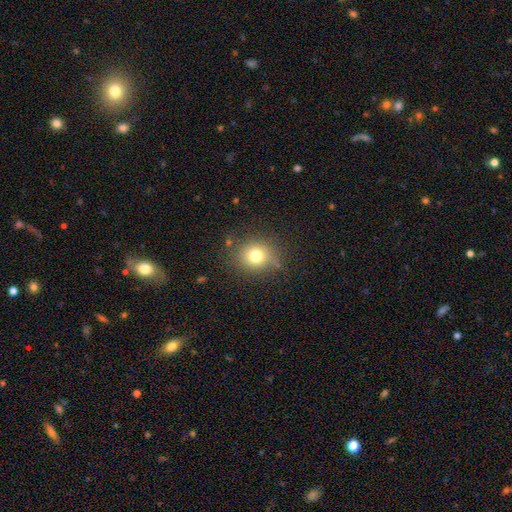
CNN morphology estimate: Overall: smooth (74%). How rounded: round (81%). Merging: none (78%).